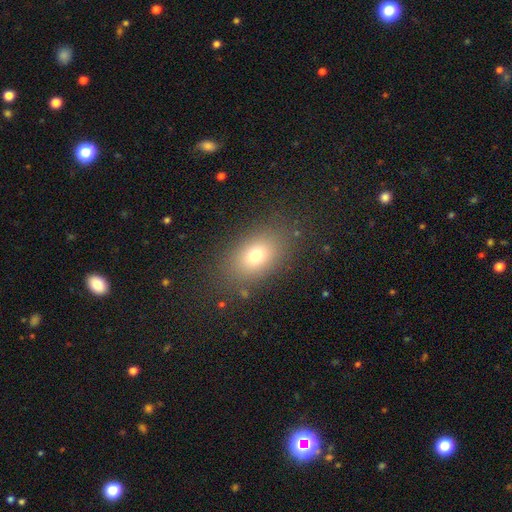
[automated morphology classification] Smooth or featured?
  - smooth: 74% *
  - star or artifact: 13%
  - featured or disk: 13%
How rounded?
  - in between: 80% *
  - round: 18%
  - cigar-shaped: 2%
Merging?
  - none: 83% *
  - minor disturbance: 10%
  - major disturbance: 5%
  - merger: 2%